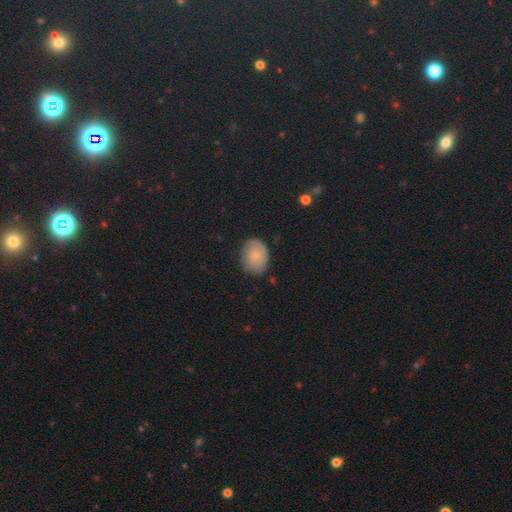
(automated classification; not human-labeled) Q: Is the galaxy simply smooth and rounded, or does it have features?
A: smooth — 75%.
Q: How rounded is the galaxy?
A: in between — 67%.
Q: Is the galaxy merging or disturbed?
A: none — 78%.